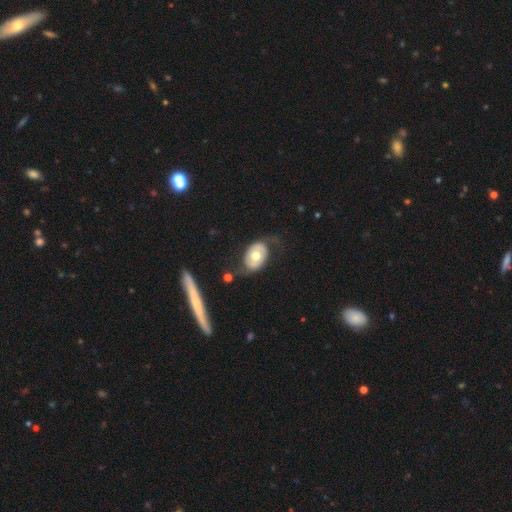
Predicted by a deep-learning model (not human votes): smooth-or-featured: featured or disk: 49% | smooth: 45% | star or artifact: 5%
  merging: none: 60% | minor disturbance: 21% | major disturbance: 15% | merger: 4%